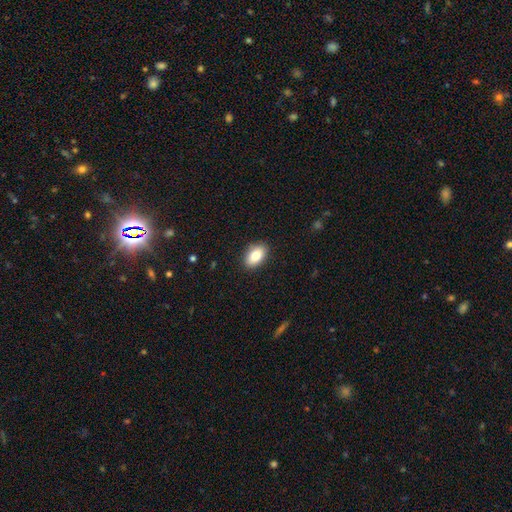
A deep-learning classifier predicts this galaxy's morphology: Smooth or featured: smooth — 83% (featured or disk — 10%)
How rounded: in between — 90% (round — 8%)
Merging: none — 89% (minor disturbance — 8%)